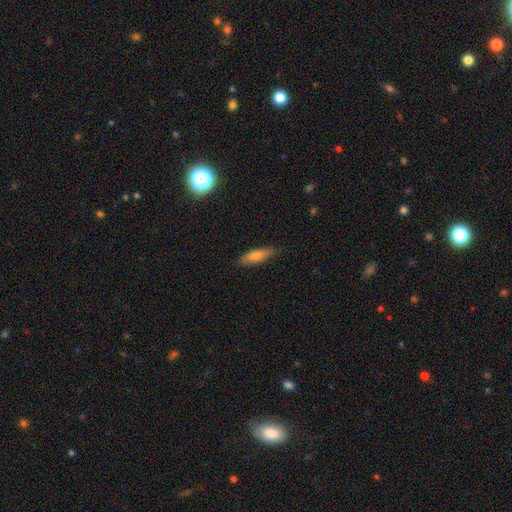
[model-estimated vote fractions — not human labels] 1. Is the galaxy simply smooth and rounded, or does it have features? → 65% smooth, 26% featured or disk, 9% star or artifact.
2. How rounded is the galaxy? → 57% cigar-shaped, 40% in between, 3% round.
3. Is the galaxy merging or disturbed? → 82% none, 14% minor disturbance, 2% major disturbance, 1% merger.